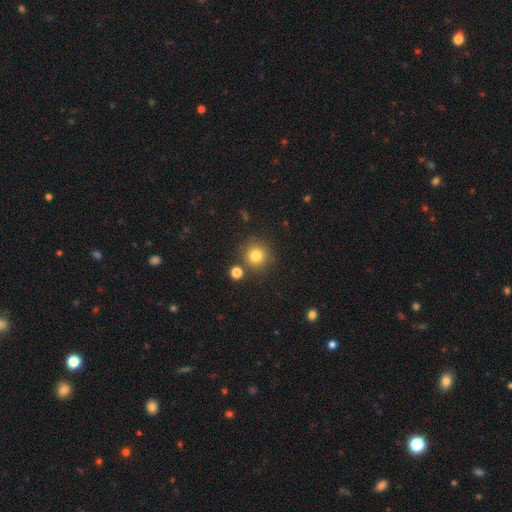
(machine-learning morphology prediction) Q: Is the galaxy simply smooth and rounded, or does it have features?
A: smooth — 80%.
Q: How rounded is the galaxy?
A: round — 93%.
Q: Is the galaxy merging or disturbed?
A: none — 81%.